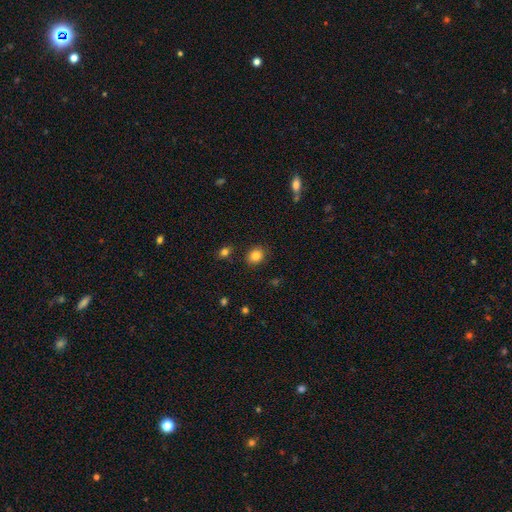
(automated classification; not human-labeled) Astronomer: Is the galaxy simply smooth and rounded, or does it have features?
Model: smooth — 84%.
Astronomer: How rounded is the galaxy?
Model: round — 64%.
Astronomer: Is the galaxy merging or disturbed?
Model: none — 86%.